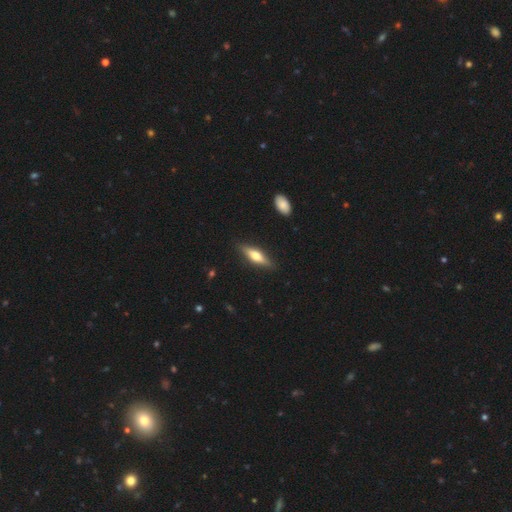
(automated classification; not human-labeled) Smooth or featured: smooth — 47% (tied with featured or disk — 47%)
Merging: none — 87% (minor disturbance — 9%)